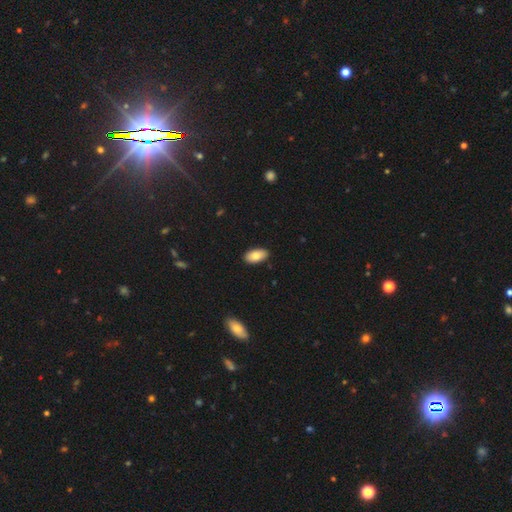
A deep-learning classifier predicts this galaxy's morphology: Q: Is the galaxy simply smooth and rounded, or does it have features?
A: smooth — 83%.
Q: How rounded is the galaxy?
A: in between — 94%.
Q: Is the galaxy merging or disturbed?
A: none — 88%.